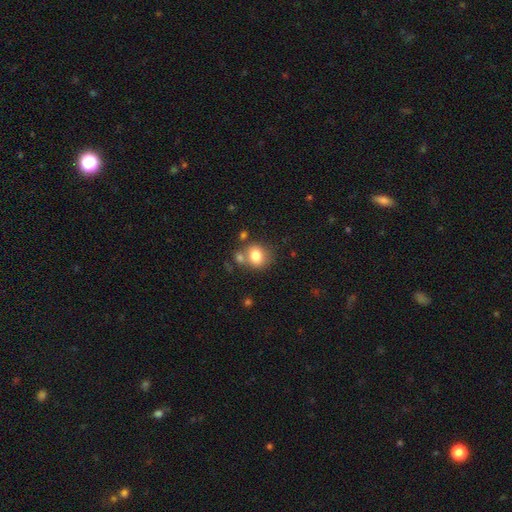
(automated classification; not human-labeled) smooth-or-featured: smooth: 79% | featured or disk: 11% | star or artifact: 10%
  how-rounded: round: 57% | in between: 42% | cigar-shaped: 1%
  merging: none: 59% | merger: 22% | minor disturbance: 14% | major disturbance: 5%